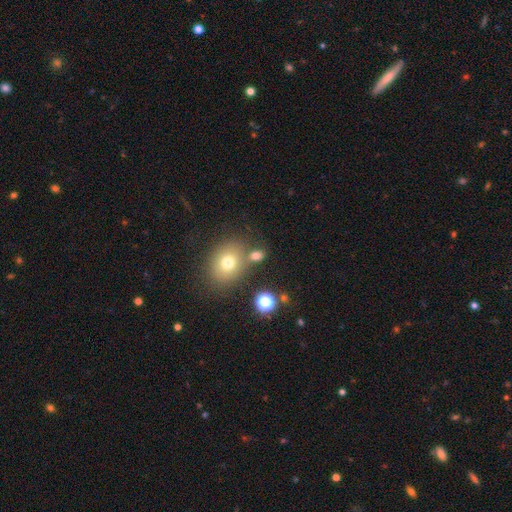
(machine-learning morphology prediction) type=smooth (71%); roundness=in between (56%); merging=none (63%).